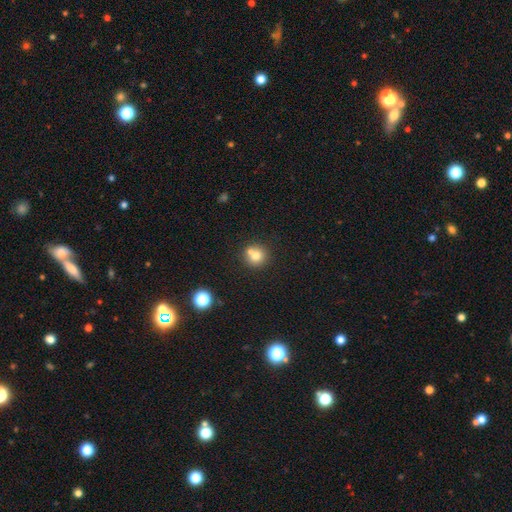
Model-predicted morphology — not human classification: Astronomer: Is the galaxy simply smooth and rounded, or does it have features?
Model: smooth — 73%.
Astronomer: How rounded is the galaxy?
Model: round — 91%.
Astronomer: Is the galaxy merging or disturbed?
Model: none — 58% (runner-up: merger, 33%).